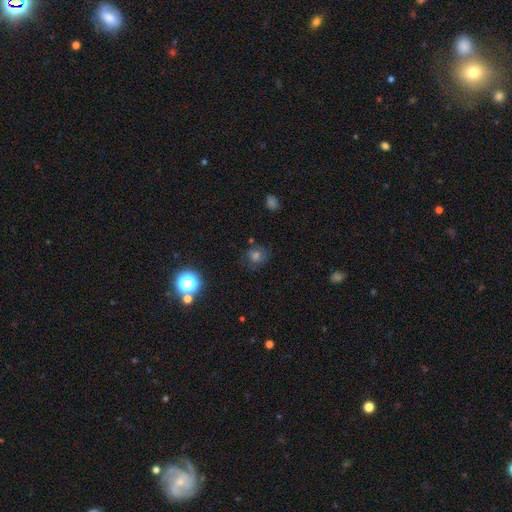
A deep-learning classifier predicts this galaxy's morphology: Smooth or featured? smooth (63%)
How rounded? round (81%)
Merging? none (75%)